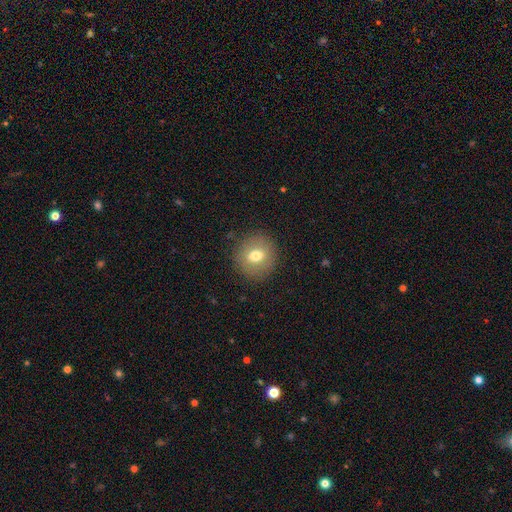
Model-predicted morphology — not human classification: Q: Smooth or featured?
A: smooth (68%); runner-up: featured or disk (22%)
Q: How rounded?
A: round (86%); runner-up: in between (13%)
Q: Merging?
A: none (87%); runner-up: minor disturbance (9%)